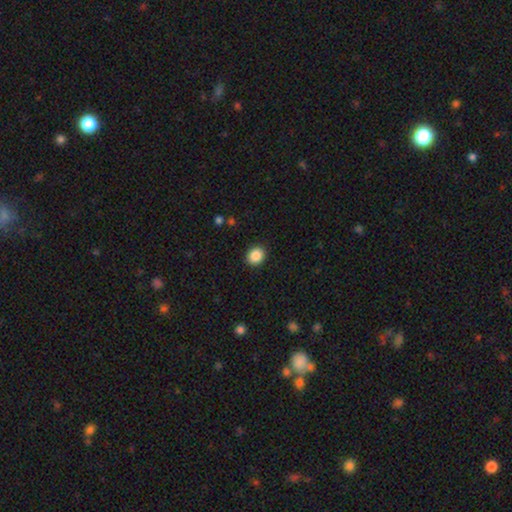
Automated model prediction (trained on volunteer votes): Smooth or featured? Predicted: smooth (p=0.88). How rounded? Predicted: round (p=0.71). Merging? Predicted: none (p=0.91).